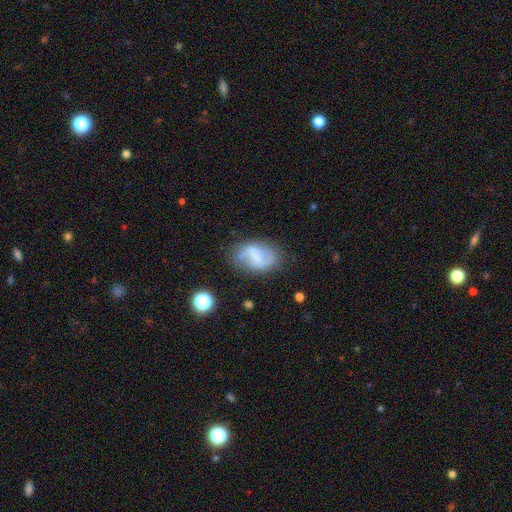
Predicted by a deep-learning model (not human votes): Smooth or featured? Predicted: featured or disk (p=0.58). Edge-on disk? Predicted: no (p=0.96). Bar? Predicted: weak (p=0.44). Spiral arms? Predicted: yes (p=0.78). Bulge size? Predicted: none (p=0.45). Merging? Predicted: none (p=0.71).